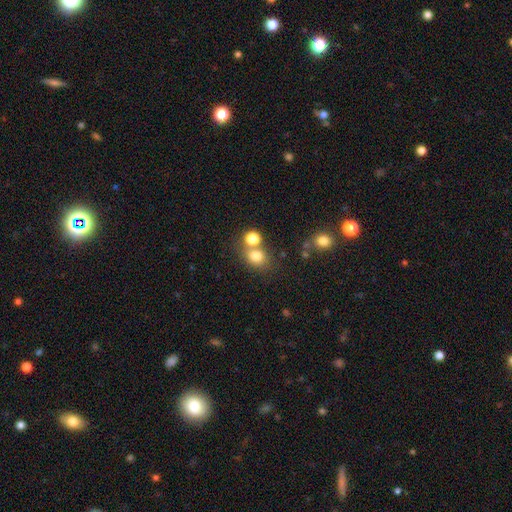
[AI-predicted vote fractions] The model was most divided on "merging": none: 55%, merger: 30%, minor disturbance: 10%, major disturbance: 5%. More confident: smooth or featured — smooth (78%); how rounded — round (65%).